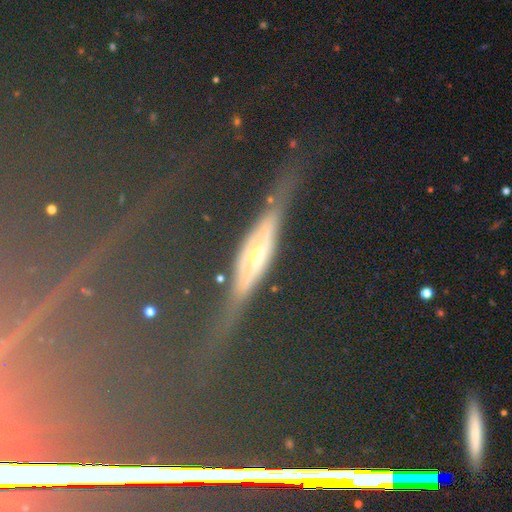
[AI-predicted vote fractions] The model was most divided on "smooth or featured": featured or disk: 48%, star or artifact: 29%, smooth: 23%. More confident: merging — none (67%).